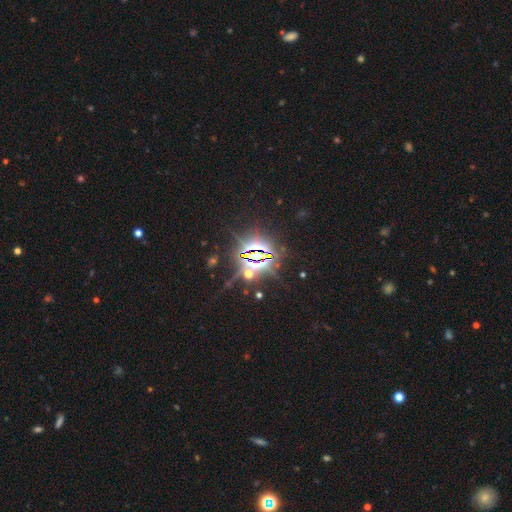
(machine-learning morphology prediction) A star or artifact, not a galaxy (84%).

Vote fractions:
- Smooth or featured? star or artifact: 84% / featured or disk: 8% / smooth: 8%